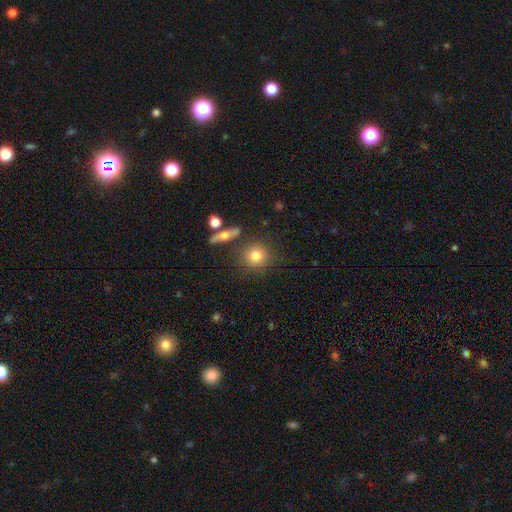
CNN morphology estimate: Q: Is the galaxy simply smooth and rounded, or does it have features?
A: smooth — 77%.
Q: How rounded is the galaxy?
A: round — 88%.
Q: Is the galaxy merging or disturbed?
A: none — 82%.